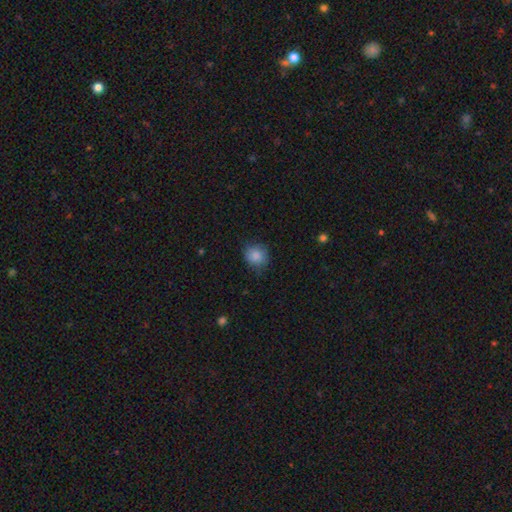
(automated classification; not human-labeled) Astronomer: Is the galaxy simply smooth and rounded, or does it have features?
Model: smooth — 86%.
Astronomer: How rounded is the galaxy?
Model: round — 85%.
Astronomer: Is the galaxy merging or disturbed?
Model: none — 71%.